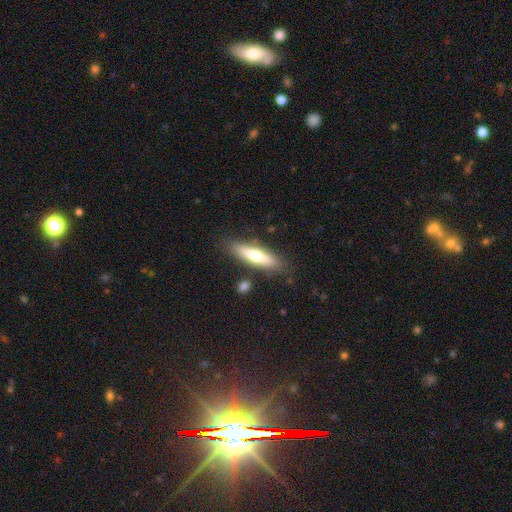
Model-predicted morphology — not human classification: smooth 58%, featured or disk 36%, star or artifact 6%. Down the decision tree: how rounded — cigar-shaped (69%); merging — none (83%).